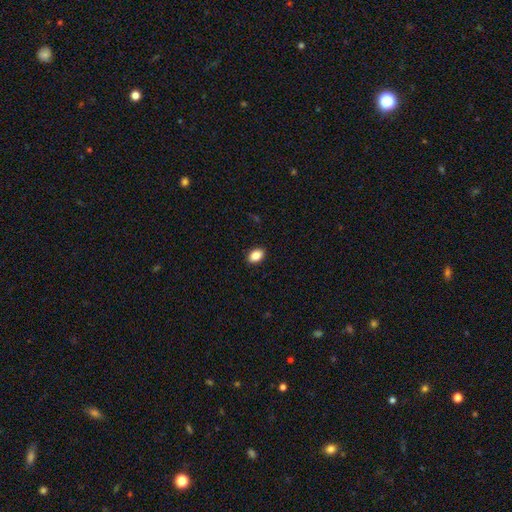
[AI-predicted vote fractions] Smooth or featured? smooth (87%)
How rounded? in between (82%)
Merging? none (90%)